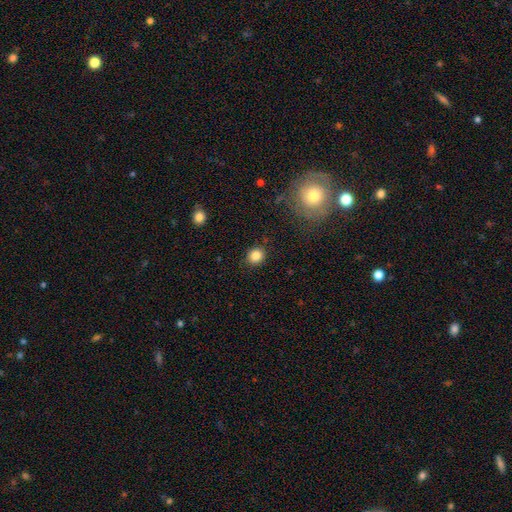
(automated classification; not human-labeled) smooth-or-featured: smooth: 85% | star or artifact: 11% | featured or disk: 5%
  how-rounded: round: 81% | in between: 18% | cigar-shaped: 1%
  merging: none: 88% | minor disturbance: 8% | major disturbance: 2% | merger: 2%